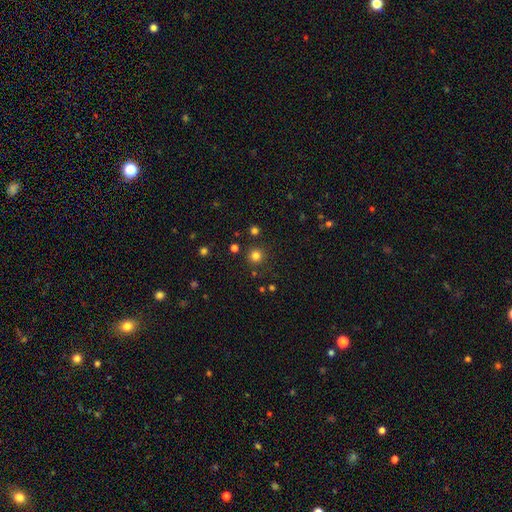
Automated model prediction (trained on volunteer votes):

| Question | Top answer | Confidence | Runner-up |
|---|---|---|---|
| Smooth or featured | smooth | 79% | star or artifact (16%) |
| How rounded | round | 95% | in between (4%) |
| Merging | none | 88% | minor disturbance (6%) |